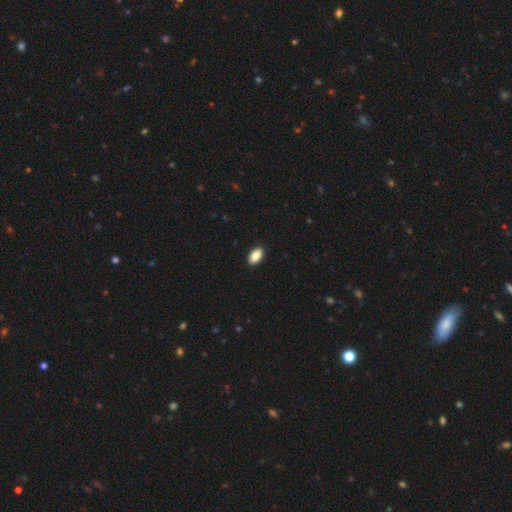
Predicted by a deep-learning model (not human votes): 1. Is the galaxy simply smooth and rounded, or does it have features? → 86% smooth, 7% star or artifact, 6% featured or disk.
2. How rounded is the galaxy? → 92% in between, 4% round, 3% cigar-shaped.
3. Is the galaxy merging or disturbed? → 91% none, 6% minor disturbance, 1% major disturbance, 1% merger.